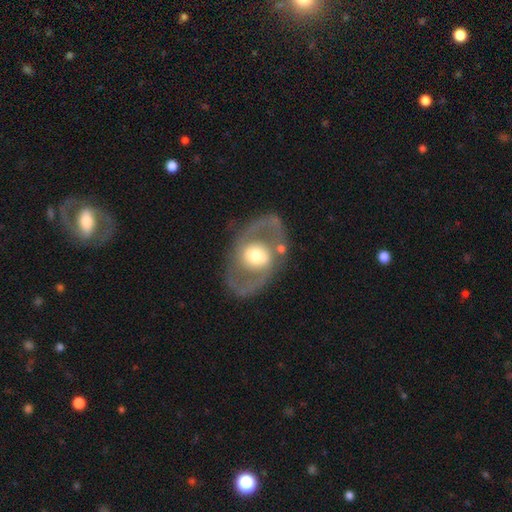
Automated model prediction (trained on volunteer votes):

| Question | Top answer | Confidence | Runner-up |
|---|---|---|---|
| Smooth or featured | featured or disk | 73% | smooth (22%) |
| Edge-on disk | no | 94% | yes (6%) |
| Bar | no | 54% | weak (30%) |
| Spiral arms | yes | 57% | no (43%) |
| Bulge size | moderate | 58% | large (31%) |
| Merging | none | 75% | minor disturbance (13%) |